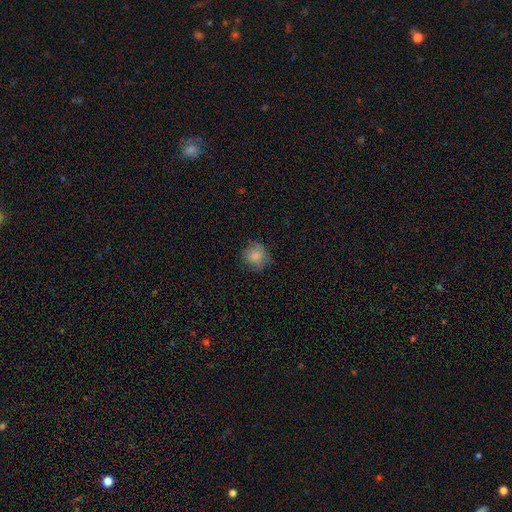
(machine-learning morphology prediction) This is clearly a smooth galaxy (81%). How rounded: clearly round (87%). Merging: likely none (75%).